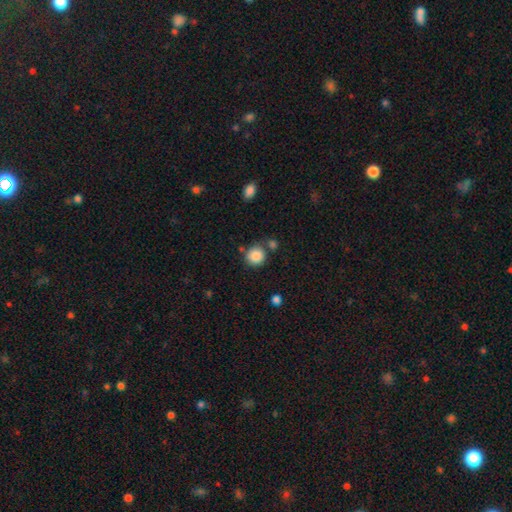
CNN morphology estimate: type=smooth (87%); roundness=round (89%); merging=none (73%).